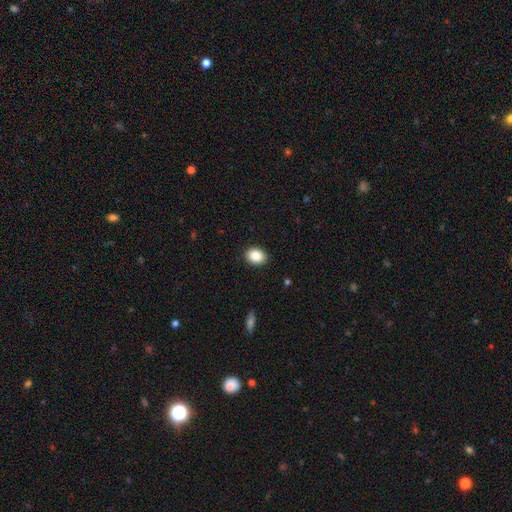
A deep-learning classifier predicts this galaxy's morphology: Smooth or featured?
  - smooth: 86% *
  - star or artifact: 9%
  - featured or disk: 6%
How rounded?
  - in between: 57% *
  - round: 42%
  - cigar-shaped: 1%
Merging?
  - none: 91% *
  - minor disturbance: 7%
  - major disturbance: 2%
  - merger: 1%